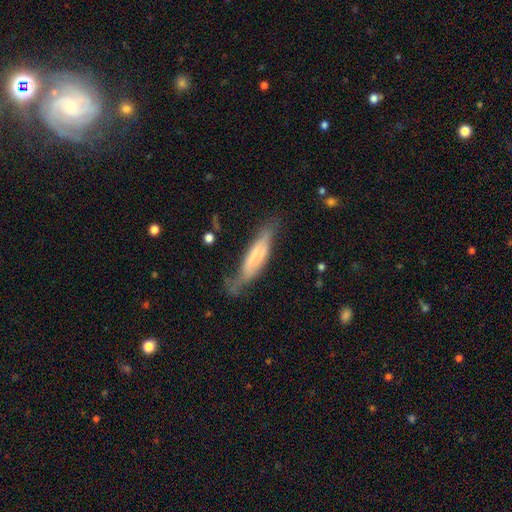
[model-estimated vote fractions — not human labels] Q: Smooth or featured?
A: smooth (52%); runner-up: featured or disk (42%)
Q: How rounded?
A: cigar-shaped (72%); runner-up: in between (26%)
Q: Merging?
A: none (48%); runner-up: minor disturbance (32%)